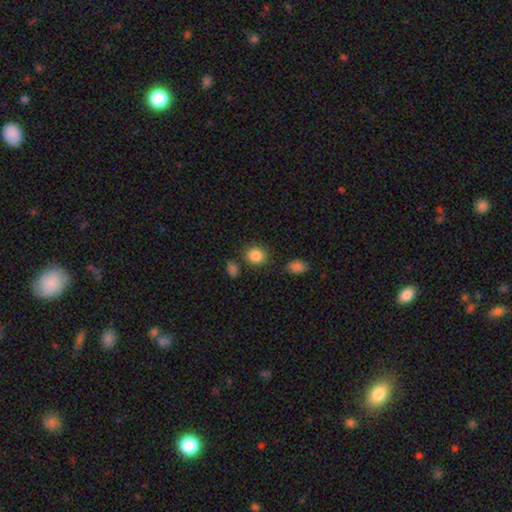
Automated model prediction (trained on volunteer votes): This appears to be a smooth galaxy with no disk features (86%) that is round (69%). Merging: none (81%).